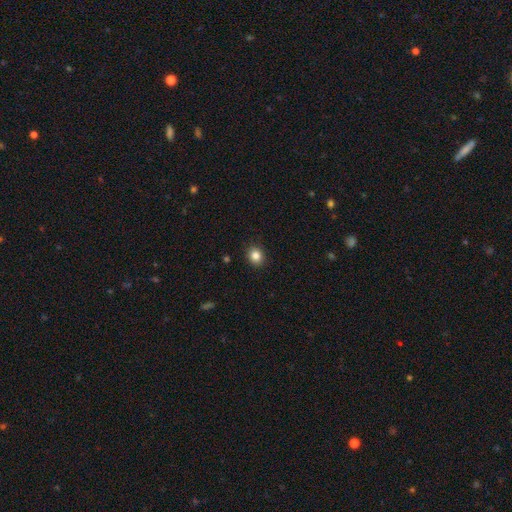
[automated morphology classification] Smooth or featured?
  - smooth: 84% *
  - star or artifact: 11%
  - featured or disk: 5%
How rounded?
  - round: 72% *
  - in between: 28%
  - cigar-shaped: 1%
Merging?
  - none: 91% *
  - minor disturbance: 7%
  - major disturbance: 2%
  - merger: 1%